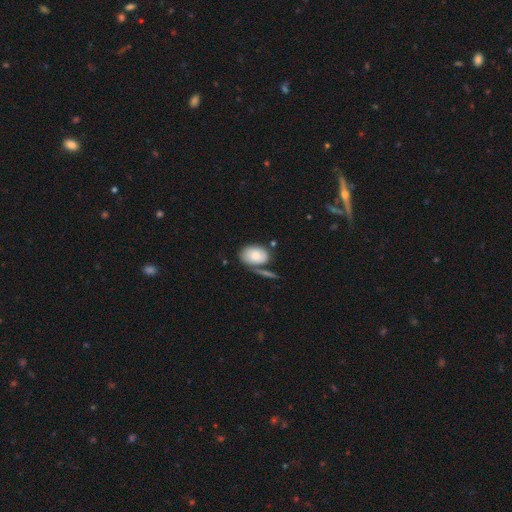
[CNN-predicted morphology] This is likely a smooth galaxy (77%). How rounded: clearly in between (82%). Merging: possibly none (55%).